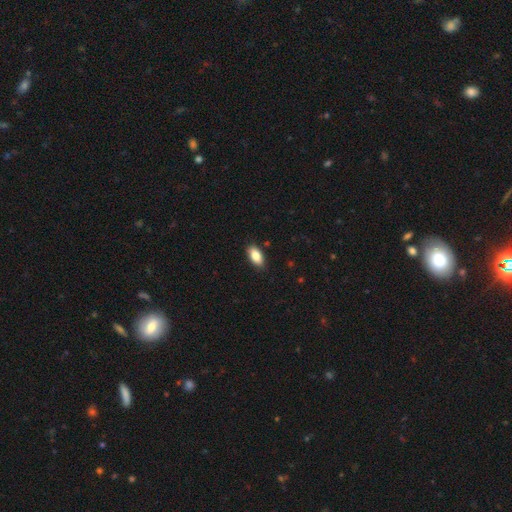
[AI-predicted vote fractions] Overall: smooth (85%). How rounded: in between (93%). Merging: none (87%).